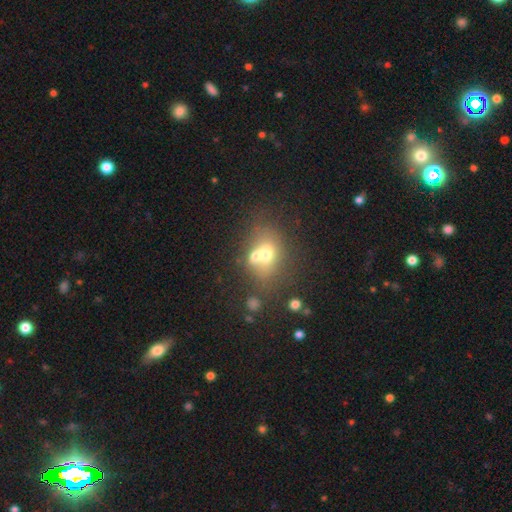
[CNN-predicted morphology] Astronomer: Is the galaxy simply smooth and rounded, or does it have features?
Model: smooth — 62%.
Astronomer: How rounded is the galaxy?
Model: in between — 51% (runner-up: round, 48%).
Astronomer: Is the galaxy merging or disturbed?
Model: merger — 51% (runner-up: none, 32%).